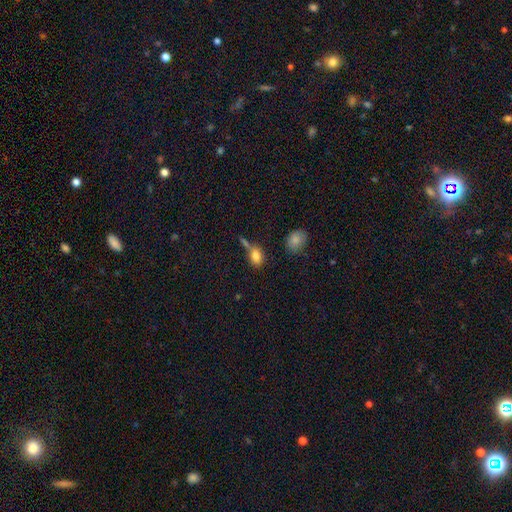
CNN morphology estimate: smooth-or-featured: smooth: 81% | star or artifact: 10% | featured or disk: 10%
  how-rounded: in between: 77% | round: 20% | cigar-shaped: 3%
  merging: none: 51% | merger: 26% | minor disturbance: 16% | major disturbance: 7%